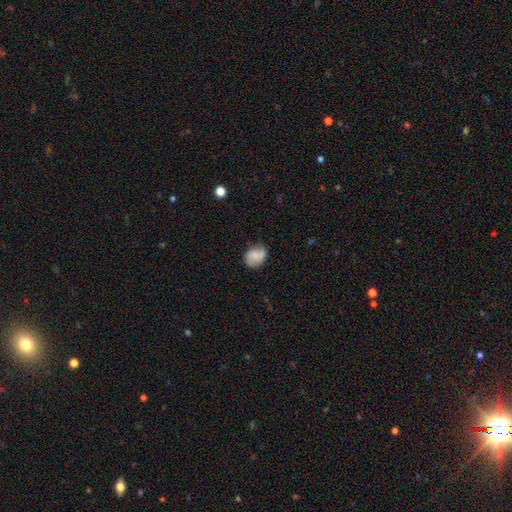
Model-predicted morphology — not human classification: This is possibly a smooth galaxy (56%). How rounded: possibly round (55%). Merging: likely none (61%).